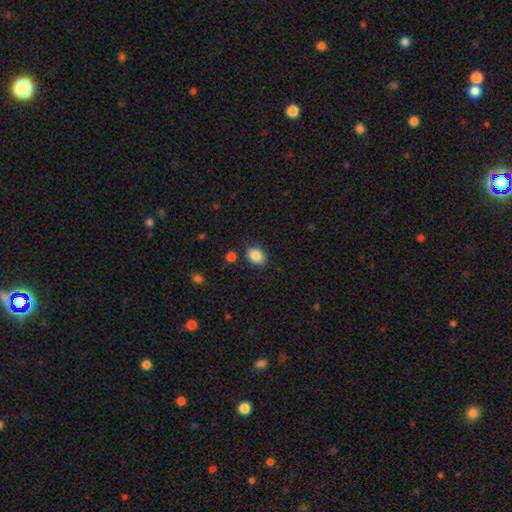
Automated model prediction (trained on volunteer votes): smooth_or_featured: smooth (p=0.88) [alt: star or artifact p=0.08]
how_rounded: in between (p=0.73) [alt: round p=0.26]
merging: none (p=0.82) [alt: minor disturbance p=0.12]